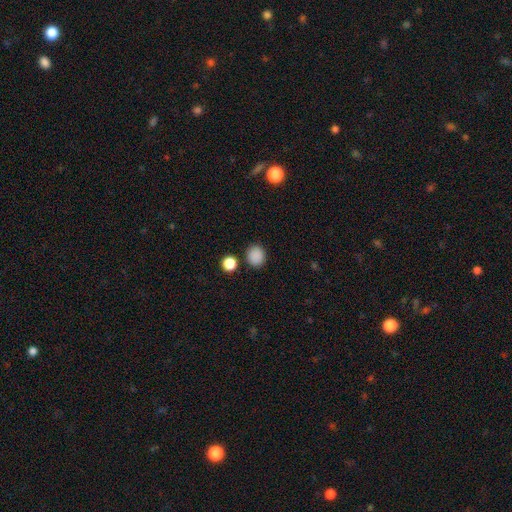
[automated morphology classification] A smooth galaxy with no disk features (86%) that is round (74%). Merging: none (86%).